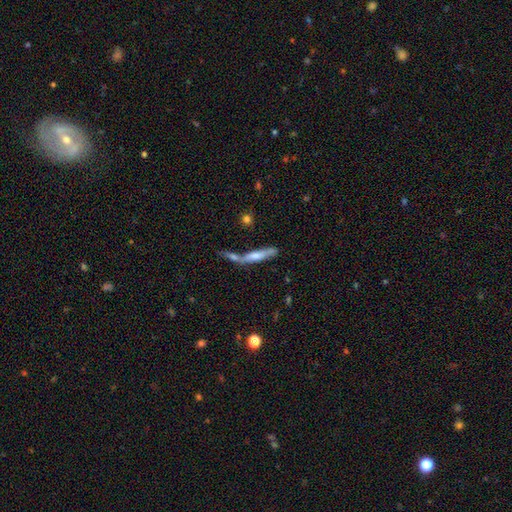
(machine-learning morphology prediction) type=smooth (53%); roundness=cigar-shaped (85%); merging=merger (46%).